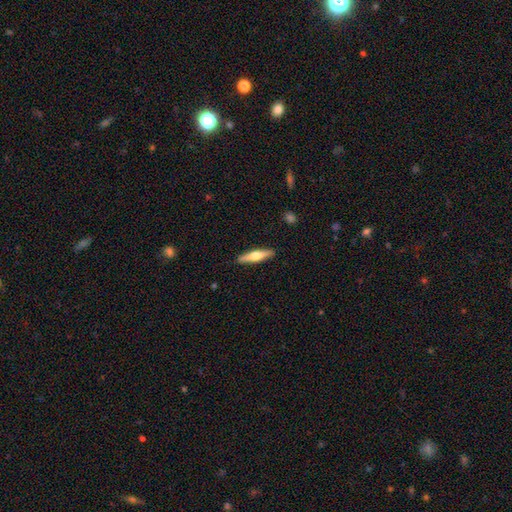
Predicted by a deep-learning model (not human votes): The model was most divided on "smooth or featured": featured or disk: 50%, smooth: 45%, star or artifact: 5%. More confident: edge-on disk — yes (94%); merging — none (91%).